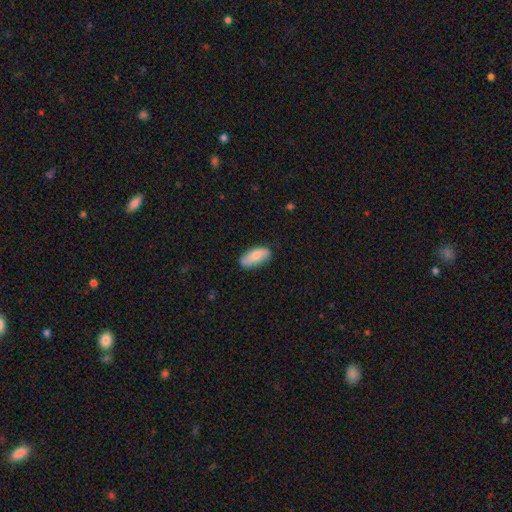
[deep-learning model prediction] Q: Smooth or featured?
A: smooth (78%); runner-up: featured or disk (16%)
Q: How rounded?
A: in between (85%); runner-up: cigar-shaped (13%)
Q: Merging?
A: none (79%); runner-up: minor disturbance (17%)